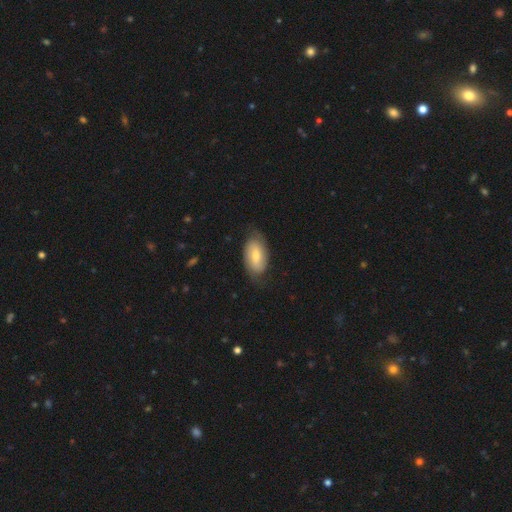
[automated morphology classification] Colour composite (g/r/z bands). It shows a smooth galaxy with no disk features (55%) that is in between round and cigar-shaped (92%). Merging: none (72%).